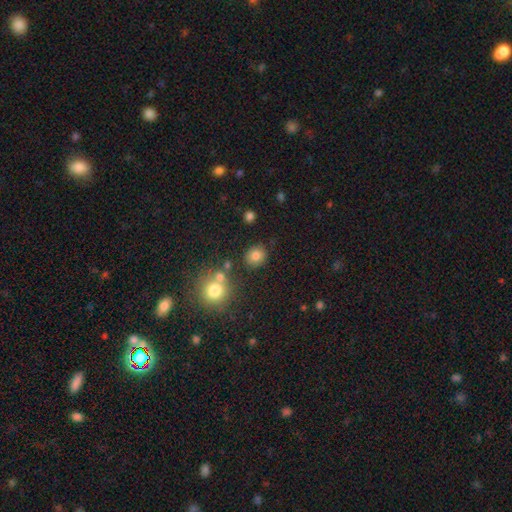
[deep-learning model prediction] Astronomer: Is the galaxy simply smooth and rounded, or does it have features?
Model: smooth — 80%.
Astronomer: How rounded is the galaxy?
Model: round — 78%.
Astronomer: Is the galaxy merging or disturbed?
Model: none — 84%.